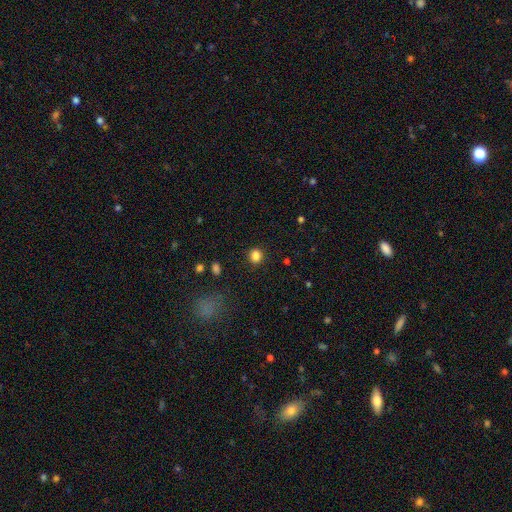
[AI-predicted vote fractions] Smooth or featured? Predicted: smooth (p=0.85). How rounded? Predicted: round (p=0.77). Merging? Predicted: none (p=0.88).